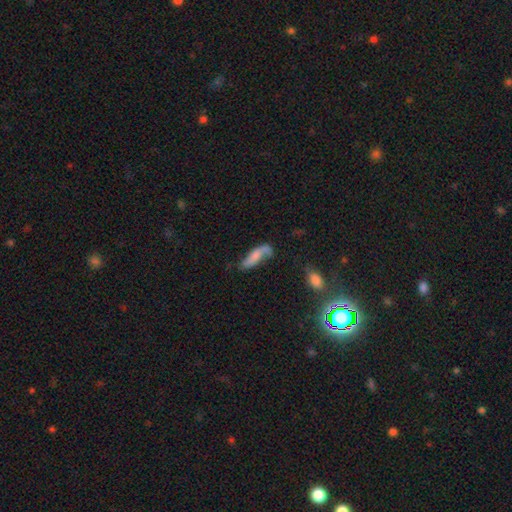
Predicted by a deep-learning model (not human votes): smooth-or-featured: smooth: 46% (tied) | featured or disk: 46% (tied) | star or artifact: 8%
  merging: none: 47% | minor disturbance: 29% | major disturbance: 17% | merger: 6%